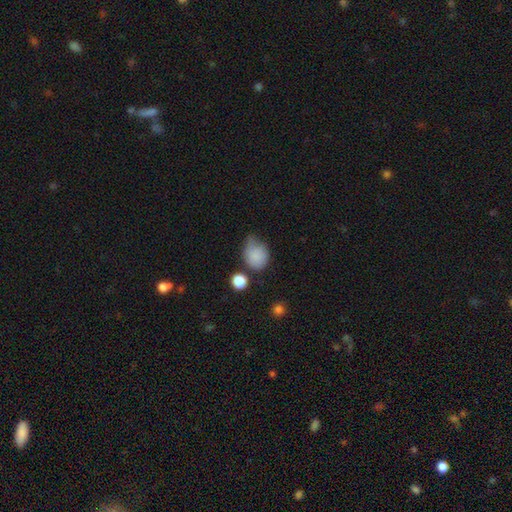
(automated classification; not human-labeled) Smooth or featured? Predicted: smooth (p=0.82). How rounded? Predicted: round (p=0.56). Merging? Predicted: minor disturbance (p=0.41).